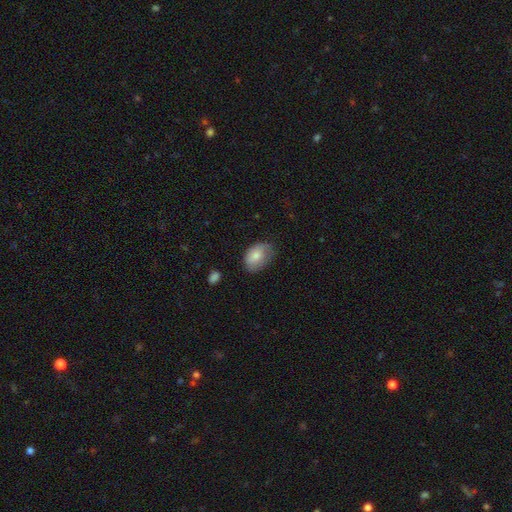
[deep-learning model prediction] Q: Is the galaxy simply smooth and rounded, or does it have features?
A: smooth — 78%.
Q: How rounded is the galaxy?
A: in between — 84%.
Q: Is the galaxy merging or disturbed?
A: none — 60%.